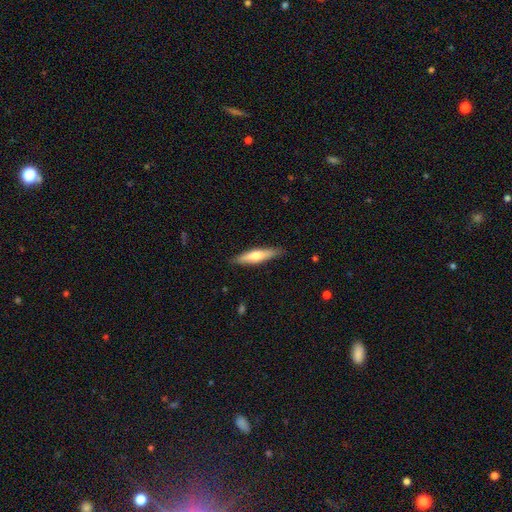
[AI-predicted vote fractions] Q: Smooth or featured?
A: smooth (55%); runner-up: featured or disk (39%)
Q: How rounded?
A: cigar-shaped (79%); runner-up: in between (20%)
Q: Merging?
A: none (87%); runner-up: minor disturbance (10%)